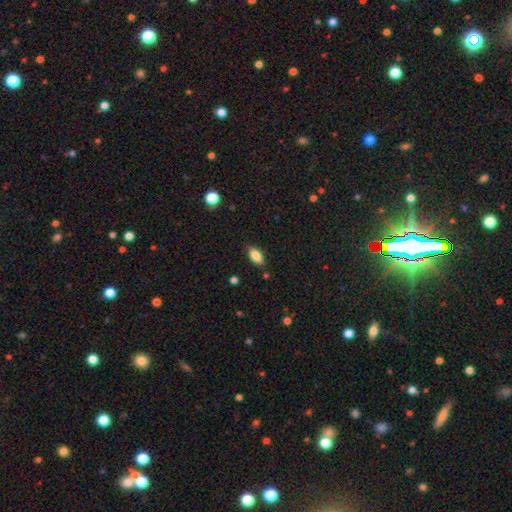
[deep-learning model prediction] smooth_or_featured: smooth (p=0.80) [alt: featured or disk p=0.12]
how_rounded: in between (p=0.86) [alt: cigar-shaped p=0.10]
merging: none (p=0.82) [alt: minor disturbance p=0.14]